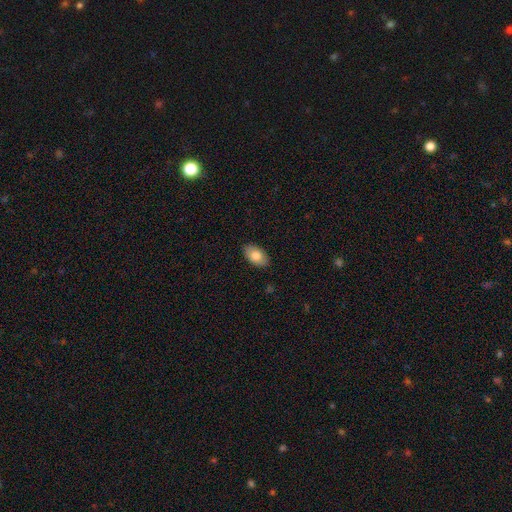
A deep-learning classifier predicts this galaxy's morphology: type=smooth (80%); roundness=in between (93%); merging=none (88%).